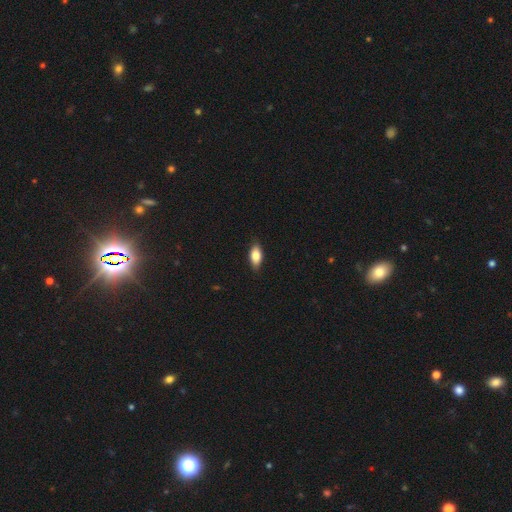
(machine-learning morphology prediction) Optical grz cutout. It shows a smooth galaxy with no disk features (81%) that is in between round and cigar-shaped (87%). Merging: none (84%).